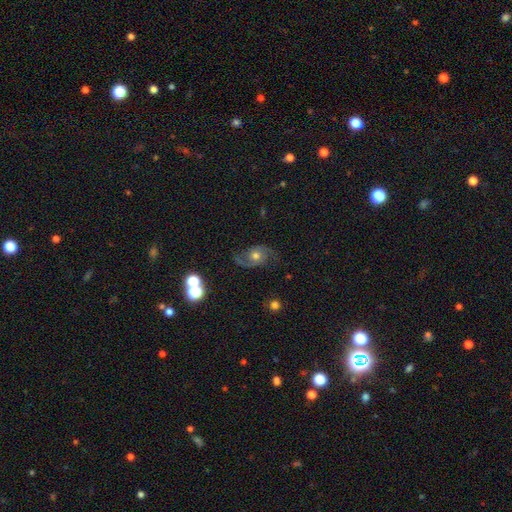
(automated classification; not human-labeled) A featured or disk galaxy (79%) with no bar (75%), 2 (90%) medium (44%) spiral arms (94%) and a moderate central bulge (69%). Merging: none (71%).